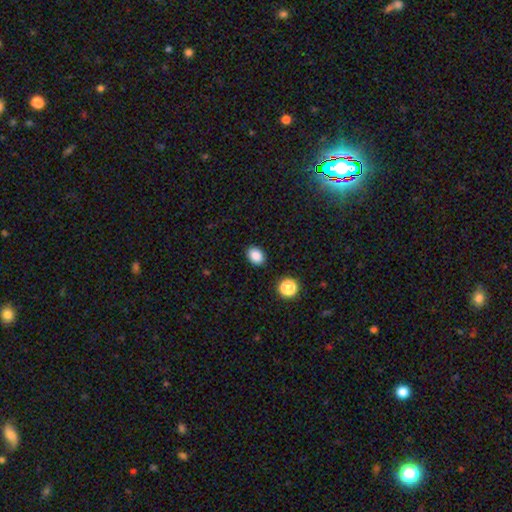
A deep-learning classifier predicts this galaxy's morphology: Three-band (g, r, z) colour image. It shows a smooth galaxy with no disk features (87%) that is in between round and cigar-shaped (73%). Merging: none (88%).